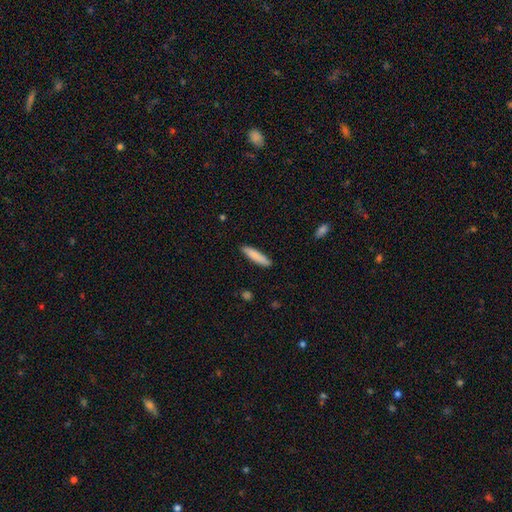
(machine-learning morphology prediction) Overall: smooth (85%). How rounded: cigar-shaped (84%). Merging: none (87%).